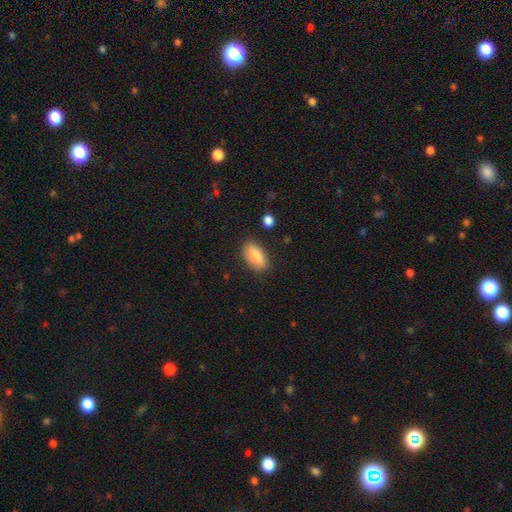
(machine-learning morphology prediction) Smooth or featured? smooth (85%)
How rounded? in between (91%)
Merging? none (83%)